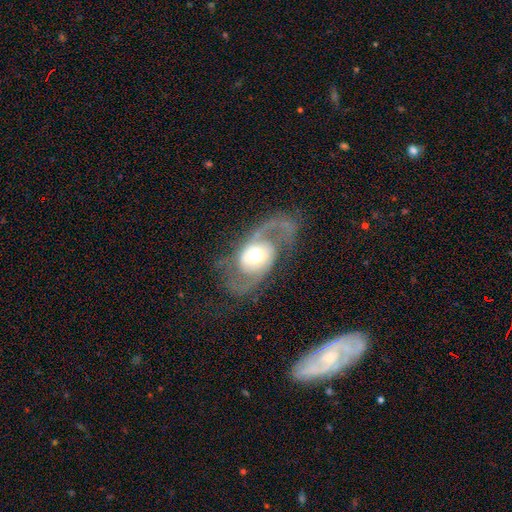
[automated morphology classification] smooth-or-featured: featured or disk: 84% | smooth: 11% | star or artifact: 5%
  disk-edge-on: no: 95% | yes: 5%
    bar: no: 63% | weak: 26% | strong: 10%
    has-spiral-arms: yes: 89% | no: 11%
      spiral-winding: medium: 44% | loose: 42% | tight: 14%
      spiral-arm-count: 2: 87% | 1: 5% | can't tell: 4% | 3: 1% | 4: 1% | more than 4: 1%
    bulge-size: moderate: 60% | large: 28% | small: 8% | dominant: 4% | none: 1%
  merging: none: 63% | major disturbance: 21% | minor disturbance: 15% | merger: 2%